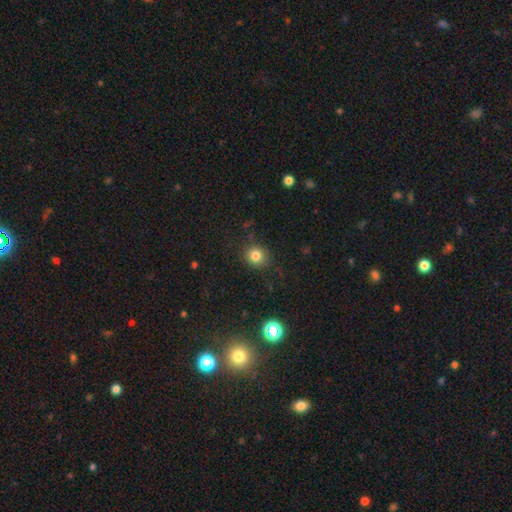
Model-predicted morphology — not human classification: type=smooth (80%); roundness=round (86%); merging=none (86%).